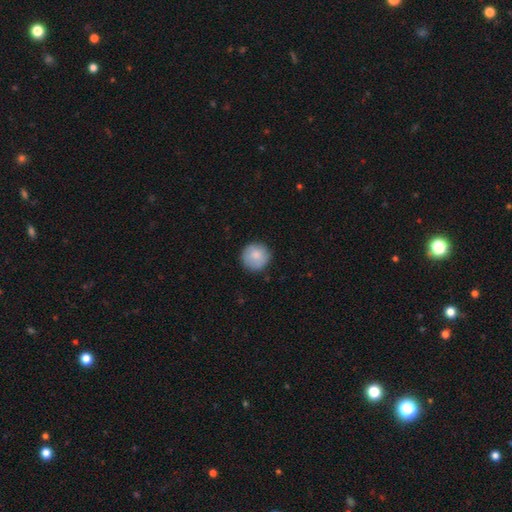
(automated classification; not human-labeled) Smooth or featured?
  - smooth: 82% *
  - featured or disk: 11%
  - star or artifact: 7%
How rounded?
  - round: 95% *
  - in between: 4%
  - cigar-shaped: 1%
Merging?
  - none: 85% *
  - minor disturbance: 11%
  - major disturbance: 2%
  - merger: 1%